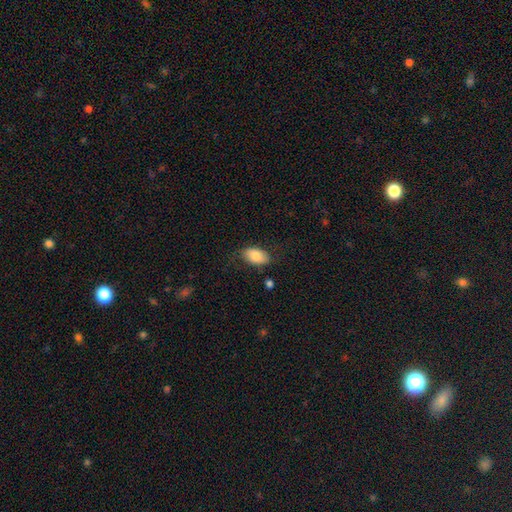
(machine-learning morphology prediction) smooth 81%, featured or disk 13%, star or artifact 7%. Down the decision tree: how rounded — in between (93%); merging — none (73%).